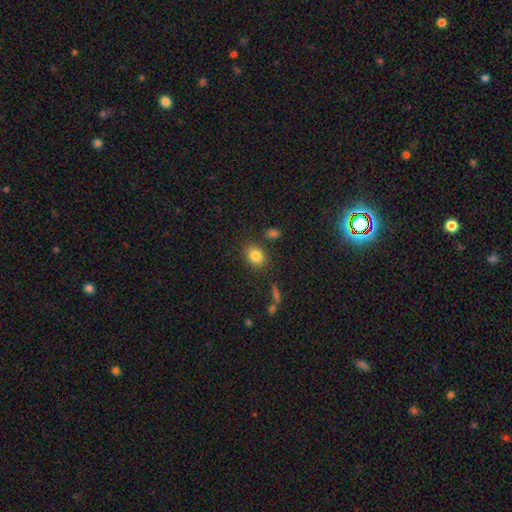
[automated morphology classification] smooth_or_featured: smooth (p=0.83) [alt: star or artifact p=0.10]
how_rounded: in between (p=0.57) [alt: round p=0.41]
merging: none (p=0.81) [alt: minor disturbance p=0.11]